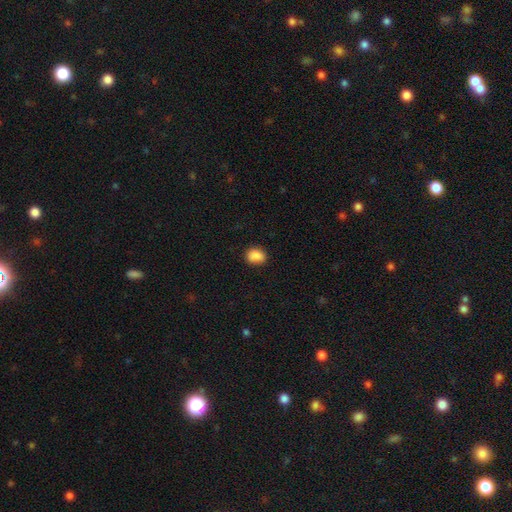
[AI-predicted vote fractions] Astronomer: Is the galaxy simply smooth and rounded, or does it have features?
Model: smooth — 88%.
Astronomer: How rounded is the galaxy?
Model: in between — 56% (runner-up: round, 43%).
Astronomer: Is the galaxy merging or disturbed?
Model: none — 80%.